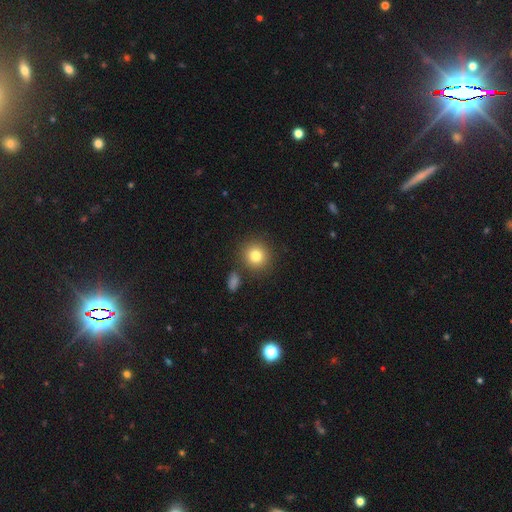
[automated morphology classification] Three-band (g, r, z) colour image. It shows a smooth galaxy with no disk features (81%) that is round (90%). Merging: none (84%).